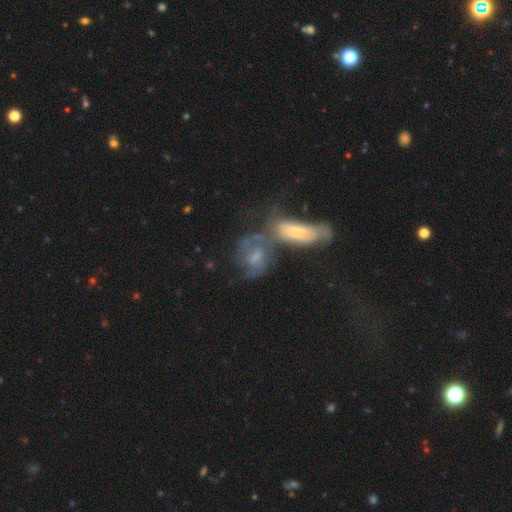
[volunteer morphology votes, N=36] Smooth or featured: featured or disk — 58% (smooth — 42%)
Edge-on disk: no — 86% (yes — 14%)
Bar: weak — 67% (strong — 22%)
Spiral arms: yes — 83% (no — 17%)
Spiral winding: tight — 60% (medium — 40%)
Spiral arm count: 2 — 47% (can't tell — 40%)
Bulge size: moderate — 44% (small — 33%)
Merging: merger — 50% (none — 22%)